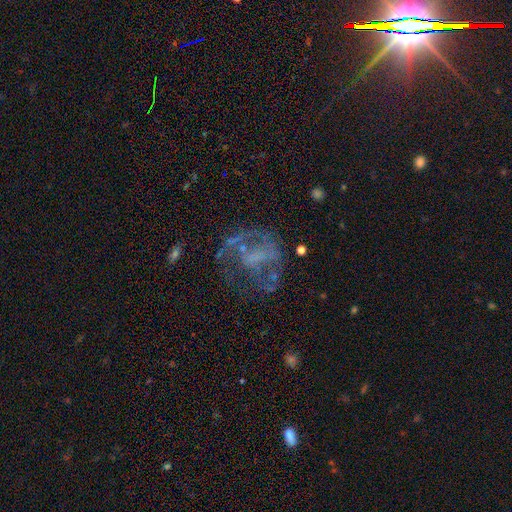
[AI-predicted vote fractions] This appears to be a featured or disk galaxy (60%) with no bar (65%), no spiral arms (59%) and no central bulge (63%). Merging: none (44%).